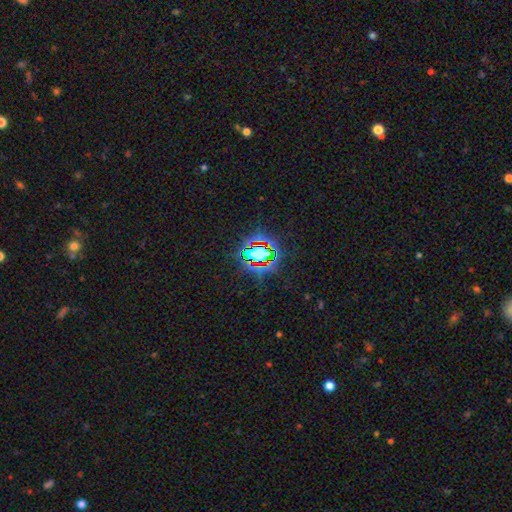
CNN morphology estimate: smooth-or-featured: star or artifact: 72% | smooth: 17% | featured or disk: 11%